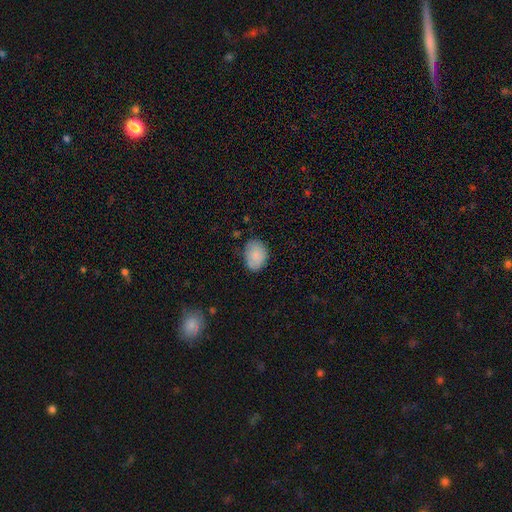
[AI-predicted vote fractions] A smooth galaxy with no disk features (85%) that is in between round and cigar-shaped (66%).

Vote fractions:
- Smooth or featured? smooth: 85% / featured or disk: 8% / star or artifact: 7%
- How rounded? in between: 66% / round: 33% / cigar-shaped: 1%
- Merging? none: 76% / minor disturbance: 19% / major disturbance: 4% / merger: 2%